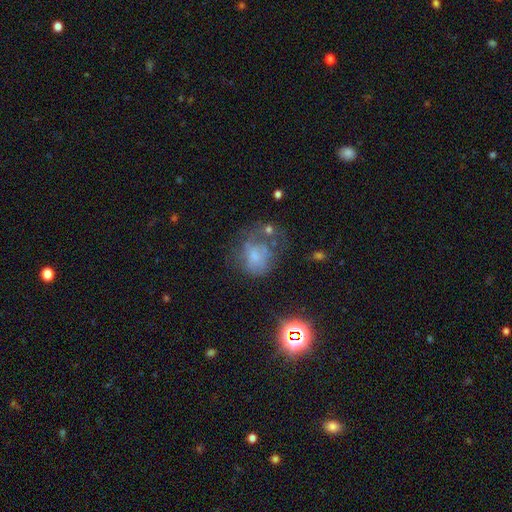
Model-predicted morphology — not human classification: A smooth galaxy with no disk features (47%). Merging: major disturbance (36%).